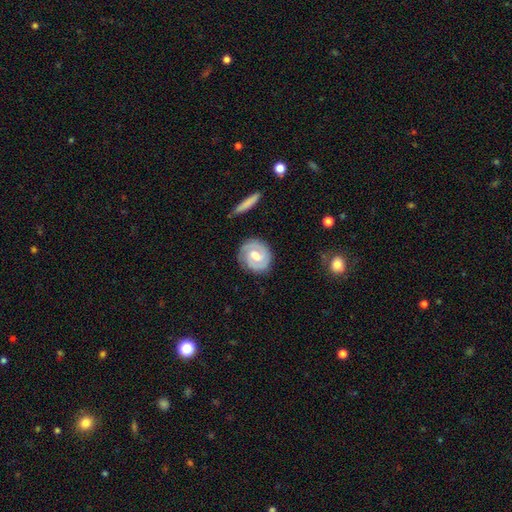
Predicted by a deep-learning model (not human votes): Q: Smooth or featured?
A: featured or disk (78%); runner-up: smooth (18%)
Q: Edge-on disk?
A: no (97%); runner-up: yes (3%)
Q: Bar?
A: weak (53%); runner-up: no (33%)
Q: Spiral arms?
A: yes (93%); runner-up: no (7%)
Q: Spiral winding?
A: tight (64%); runner-up: medium (29%)
Q: Spiral arm count?
A: 2 (78%); runner-up: can't tell (10%)
Q: Bulge size?
A: moderate (72%); runner-up: small (16%)
Q: Merging?
A: none (81%); runner-up: minor disturbance (13%)